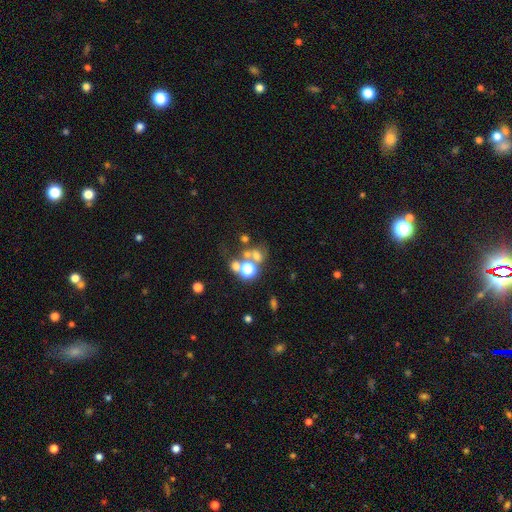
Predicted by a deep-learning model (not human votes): smooth_or_featured: smooth (p=0.50) [alt: star or artifact p=0.29]
merging: none (p=0.41) [alt: merger p=0.38]